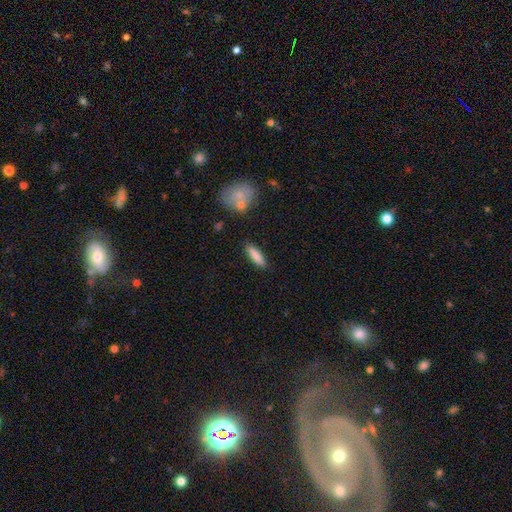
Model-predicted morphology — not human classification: smooth-or-featured: smooth: 85% | featured or disk: 8% | star or artifact: 6%
  how-rounded: cigar-shaped: 60% | in between: 38% | round: 2%
  merging: none: 84% | minor disturbance: 11% | merger: 3% | major disturbance: 3%